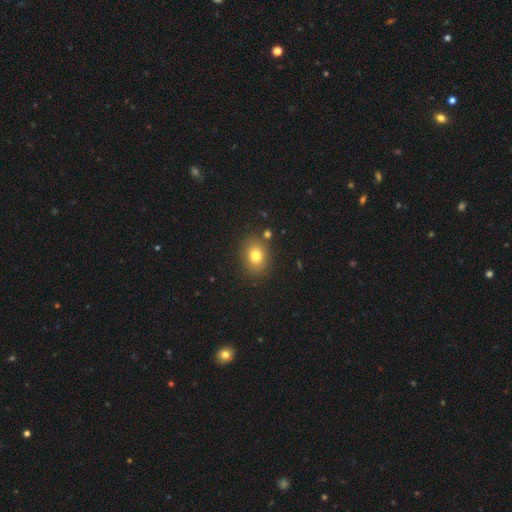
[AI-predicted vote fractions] This appears to be a smooth galaxy with no disk features (78%) that is round (50%). Merging: none (83%).